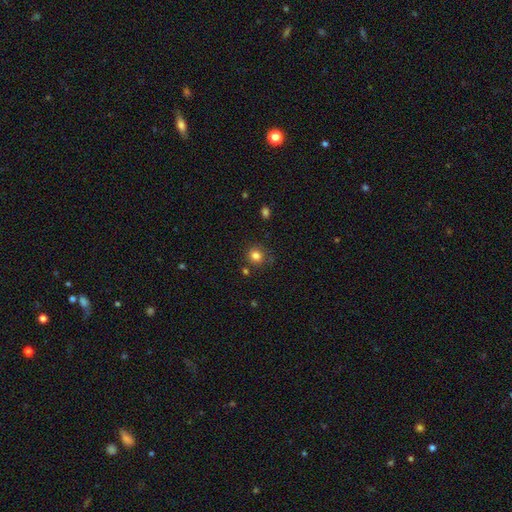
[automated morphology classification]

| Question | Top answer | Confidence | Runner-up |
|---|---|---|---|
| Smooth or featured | smooth | 82% | star or artifact (13%) |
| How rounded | round | 84% | in between (15%) |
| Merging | none | 80% | minor disturbance (11%) |